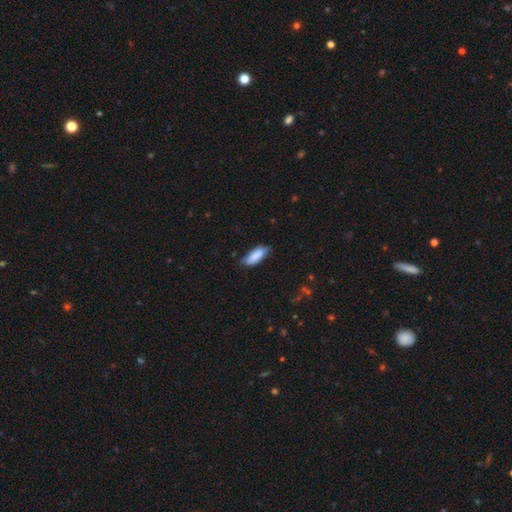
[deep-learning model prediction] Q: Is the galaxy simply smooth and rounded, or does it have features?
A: smooth — 85%.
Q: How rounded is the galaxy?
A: in between — 75%.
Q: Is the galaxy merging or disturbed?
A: none — 72%.